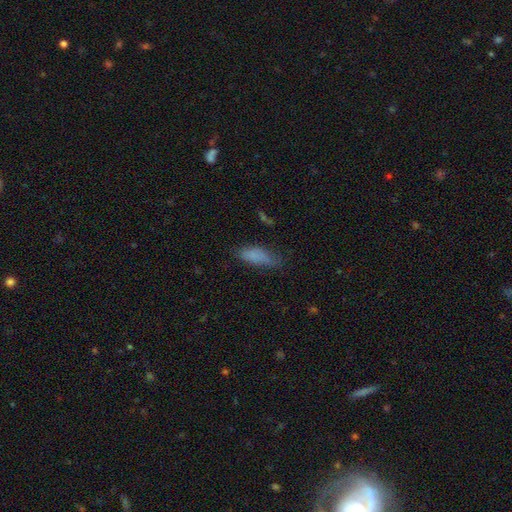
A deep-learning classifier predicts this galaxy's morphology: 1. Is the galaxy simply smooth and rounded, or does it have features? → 80% smooth, 10% featured or disk, 10% star or artifact.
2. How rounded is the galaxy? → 67% in between, 30% cigar-shaped, 2% round.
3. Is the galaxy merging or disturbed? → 56% none, 30% minor disturbance, 11% major disturbance, 2% merger.